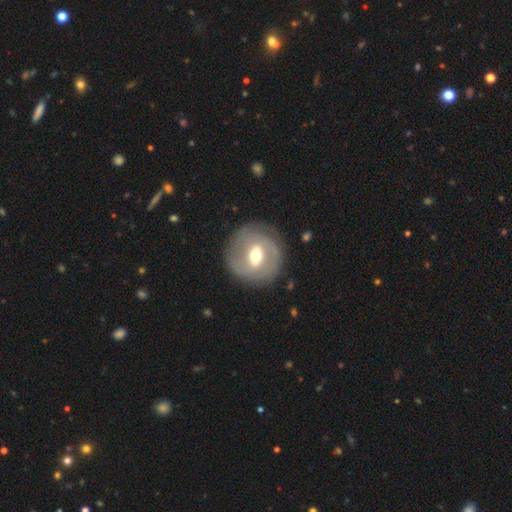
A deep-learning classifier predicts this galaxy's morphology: Smooth or featured?
  - featured or disk: 65% *
  - smooth: 29%
  - star or artifact: 6%
Edge-on disk?
  - no: 94% *
  - yes: 6%
Bar?
  - weak: 48% *
  - strong: 34%
  - no: 18%
Spiral arms?
  - yes: 54% *
  - no: 46%
Bulge size?
  - moderate: 72% *
  - large: 13%
  - small: 13%
  - dominant: 1%
  - none: 1%
Merging?
  - none: 78% *
  - minor disturbance: 14%
  - major disturbance: 7%
  - merger: 2%